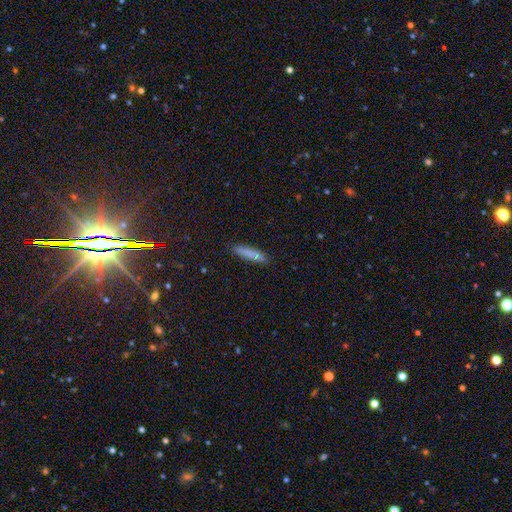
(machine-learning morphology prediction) Q: Smooth or featured?
A: smooth (77%); runner-up: featured or disk (12%)
Q: How rounded?
A: cigar-shaped (89%); runner-up: in between (9%)
Q: Merging?
A: none (88%); runner-up: minor disturbance (9%)